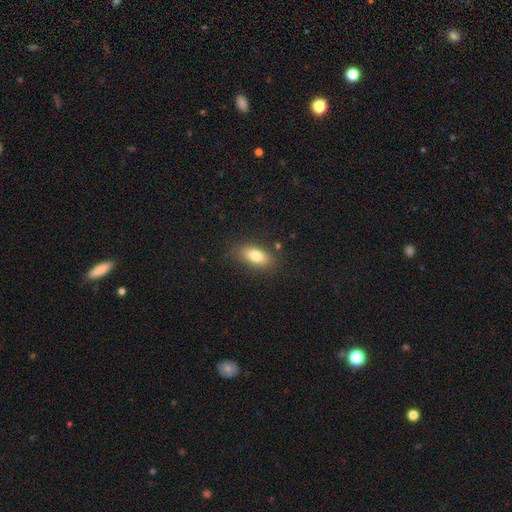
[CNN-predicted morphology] Smooth or featured? Predicted: smooth (p=0.79). How rounded? Predicted: in between (p=0.85). Merging? Predicted: none (p=0.82).